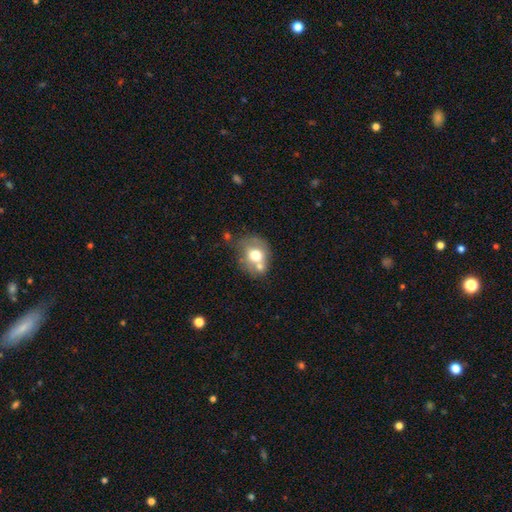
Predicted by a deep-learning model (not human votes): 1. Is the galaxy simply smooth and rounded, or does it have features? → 63% smooth, 28% featured or disk, 9% star or artifact.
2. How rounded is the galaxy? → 54% round, 45% in between, 1% cigar-shaped.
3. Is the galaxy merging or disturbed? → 42% none, 33% merger, 18% minor disturbance, 8% major disturbance.